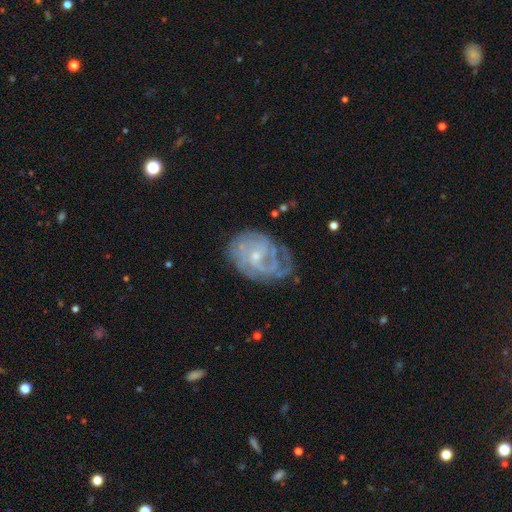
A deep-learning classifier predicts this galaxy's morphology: Smooth or featured? Predicted: featured or disk (p=0.80). Edge-on disk? Predicted: no (p=0.97). Bar? Predicted: no (p=0.58). Spiral arms? Predicted: yes (p=0.90). Spiral winding? Predicted: tight (p=0.62). Spiral arm count? Predicted: can't tell (p=0.43). Bulge size? Predicted: small (p=0.68). Merging? Predicted: none (p=0.61).